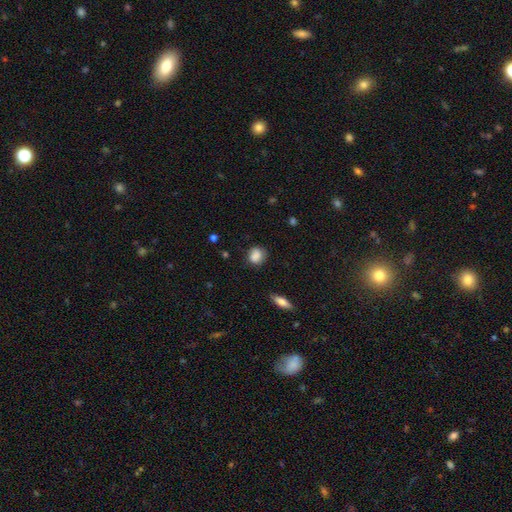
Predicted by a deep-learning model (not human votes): Morphology: type=smooth (84%); roundness=round (63%); merging=none (71%).